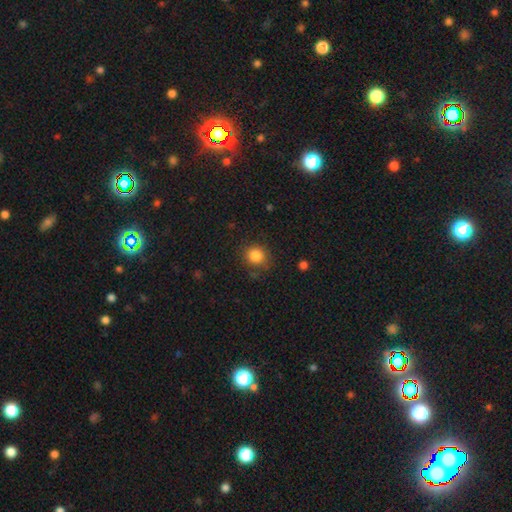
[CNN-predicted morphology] A smooth galaxy with no disk features (85%) that is round (82%).

Vote fractions:
- Smooth or featured? smooth: 85% / star or artifact: 11% / featured or disk: 5%
- How rounded? round: 82% / in between: 17% / cigar-shaped: 1%
- Merging? none: 82% / minor disturbance: 12% / major disturbance: 4% / merger: 2%